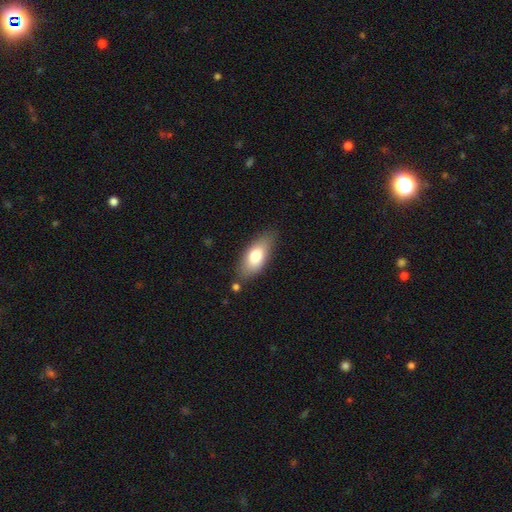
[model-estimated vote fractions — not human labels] A smooth galaxy with no disk features (74%) that is in between round and cigar-shaped (82%). Merging: none (76%).